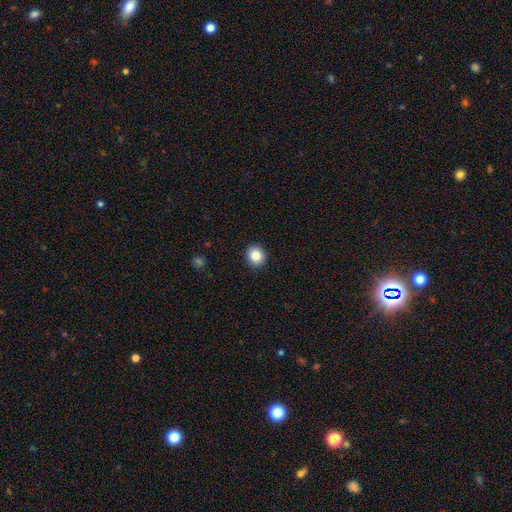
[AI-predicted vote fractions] Smooth or featured?
  - smooth: 85% *
  - star or artifact: 10%
  - featured or disk: 5%
How rounded?
  - round: 86% *
  - in between: 13%
  - cigar-shaped: 1%
Merging?
  - none: 92% *
  - minor disturbance: 5%
  - major disturbance: 2%
  - merger: 1%